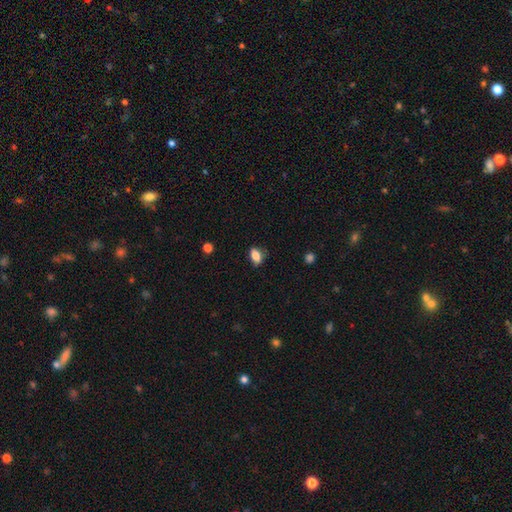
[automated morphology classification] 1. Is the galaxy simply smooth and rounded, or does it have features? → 83% smooth, 9% featured or disk, 9% star or artifact.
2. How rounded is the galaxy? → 84% in between, 11% round, 5% cigar-shaped.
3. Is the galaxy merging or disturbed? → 72% none, 22% minor disturbance, 5% major disturbance, 2% merger.